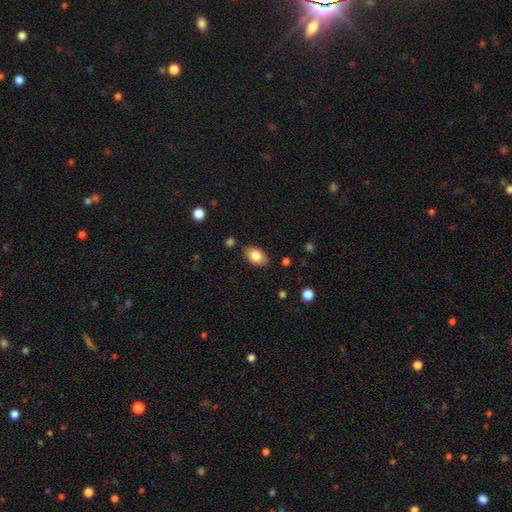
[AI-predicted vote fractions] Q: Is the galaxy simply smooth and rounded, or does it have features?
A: smooth — 81%.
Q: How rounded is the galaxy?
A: in between — 90%.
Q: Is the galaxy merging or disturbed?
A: none — 83%.